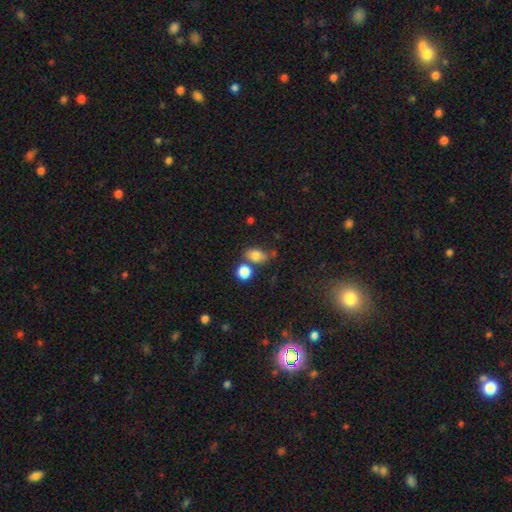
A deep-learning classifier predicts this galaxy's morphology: smooth-or-featured: smooth: 80% | star or artifact: 11% | featured or disk: 9%
  how-rounded: in between: 73% | round: 25% | cigar-shaped: 2%
  merging: none: 57% | merger: 23% | minor disturbance: 15% | major disturbance: 5%